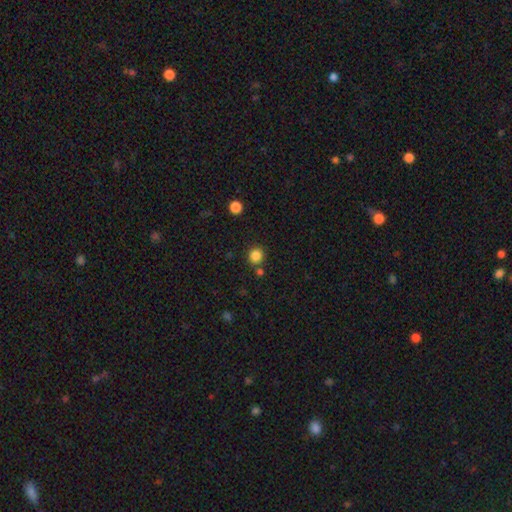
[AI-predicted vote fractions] A smooth galaxy with no disk features (84%) that is round (89%). Merging: none (80%).